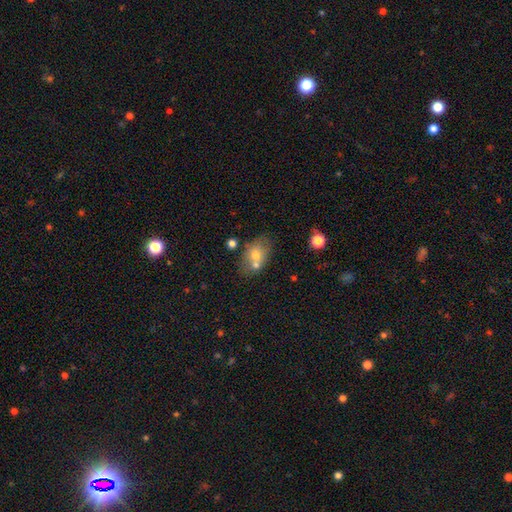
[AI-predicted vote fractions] Smooth or featured: smooth — 67% (featured or disk — 24%)
How rounded: in between — 80% (round — 19%)
Merging: none — 53% (merger — 26%)